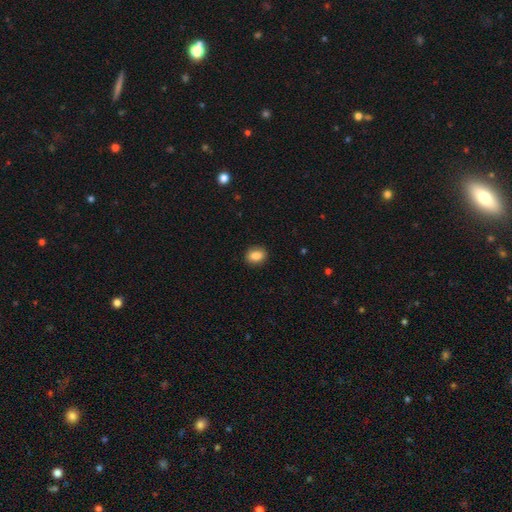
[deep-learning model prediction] Smooth or featured: smooth — 86% (star or artifact — 8%)
How rounded: in between — 58% (round — 40%)
Merging: none — 89% (minor disturbance — 8%)